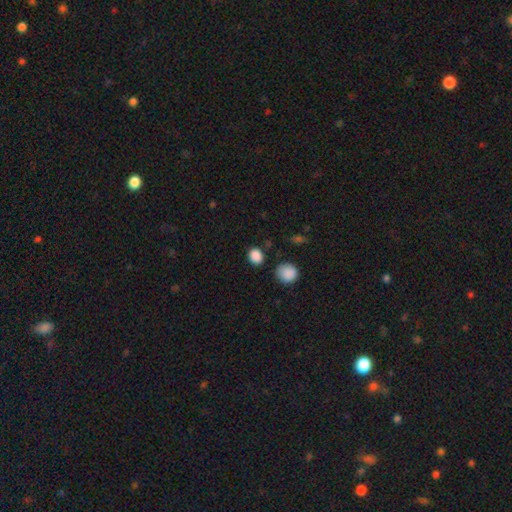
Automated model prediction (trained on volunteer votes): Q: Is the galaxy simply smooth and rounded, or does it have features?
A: smooth — 86%.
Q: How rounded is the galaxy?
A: round — 57%.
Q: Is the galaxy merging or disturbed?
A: none — 81%.